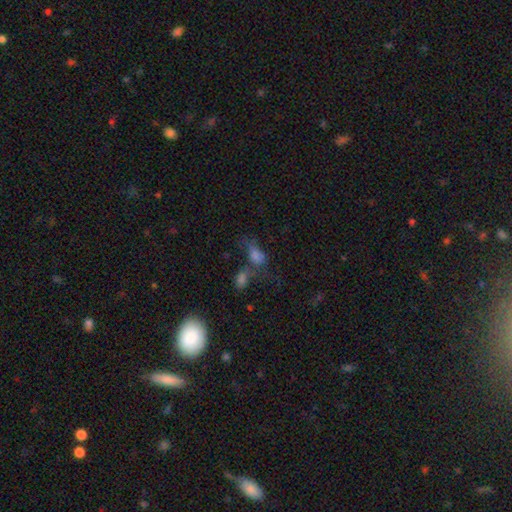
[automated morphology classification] A smooth galaxy with no disk features (59%) that is in between round and cigar-shaped (76%). Merging: merger (37%).